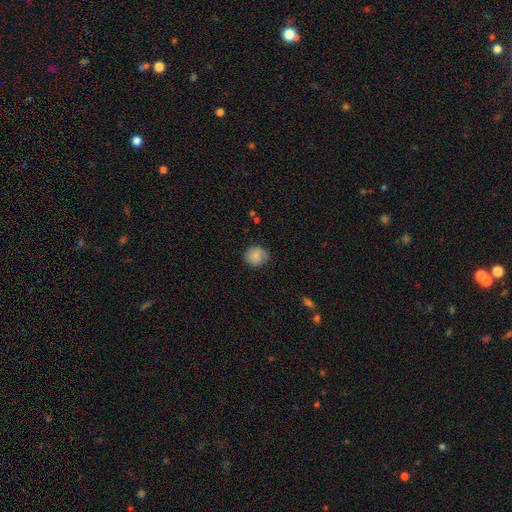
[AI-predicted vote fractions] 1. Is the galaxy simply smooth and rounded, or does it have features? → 74% smooth, 18% featured or disk, 8% star or artifact.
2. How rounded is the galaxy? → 84% round, 15% in between, 1% cigar-shaped.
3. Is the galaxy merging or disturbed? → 71% none, 22% minor disturbance, 6% major disturbance, 1% merger.